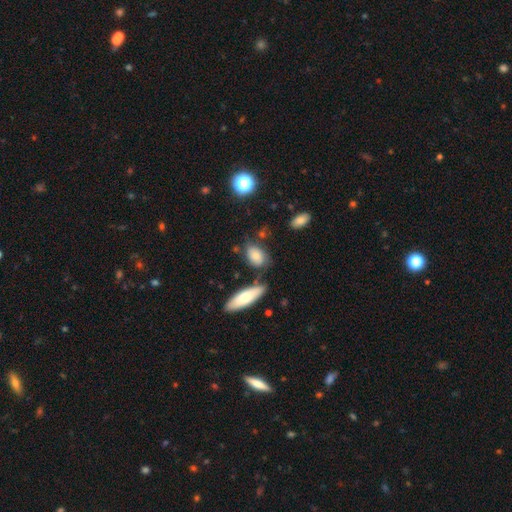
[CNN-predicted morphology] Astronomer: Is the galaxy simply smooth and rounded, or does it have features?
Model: smooth — 74%.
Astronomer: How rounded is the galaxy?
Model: in between — 82%.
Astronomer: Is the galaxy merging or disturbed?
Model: none — 62%.